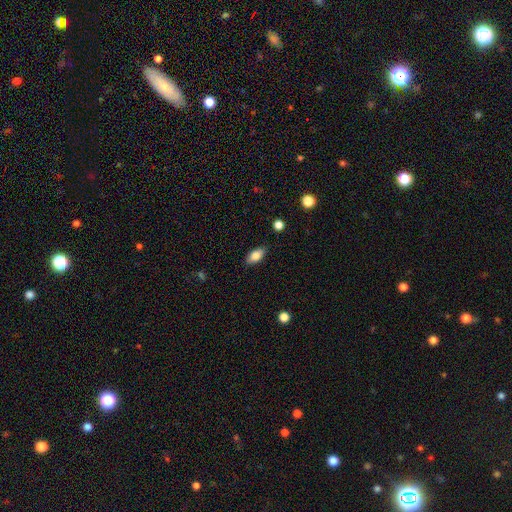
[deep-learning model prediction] Q: Smooth or featured?
A: smooth (80%); runner-up: featured or disk (12%)
Q: How rounded?
A: in between (88%); runner-up: cigar-shaped (7%)
Q: Merging?
A: none (86%); runner-up: minor disturbance (11%)